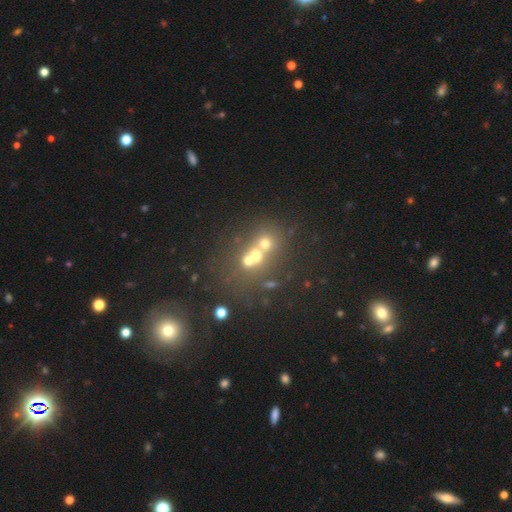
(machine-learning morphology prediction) The model was most divided on "merging": merger: 51%, none: 36%, minor disturbance: 7%, major disturbance: 6%. Remaining: smooth or featured — smooth (47%).